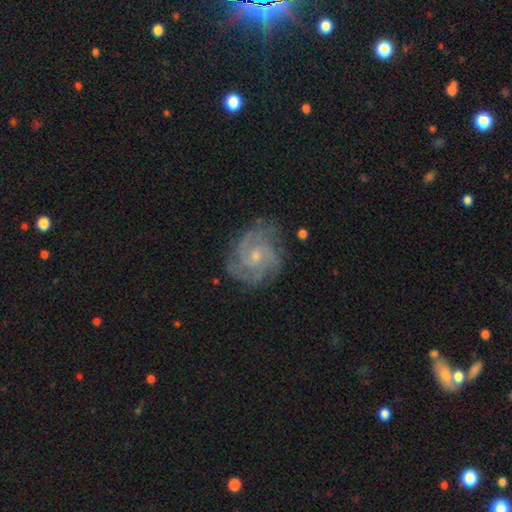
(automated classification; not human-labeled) This is clearly a featured or disk galaxy (85%). It is clearly not viewed edge-on (98%). Bar: likely no (65%). Spiral arm pattern: clearly yes (97%). Spiral arm count: marginally 3 (34%). Spiral winding: possibly tight (54%). Central bulge: likely small (66%). Merging: likely none (74%).